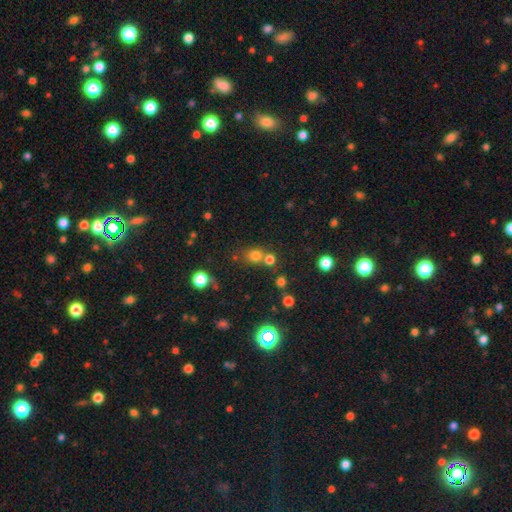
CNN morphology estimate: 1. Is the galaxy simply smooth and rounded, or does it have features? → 72% smooth, 21% star or artifact, 8% featured or disk.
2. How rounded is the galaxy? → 78% round, 20% in between, 1% cigar-shaped.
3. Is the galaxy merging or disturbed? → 61% none, 24% merger, 10% minor disturbance, 5% major disturbance.